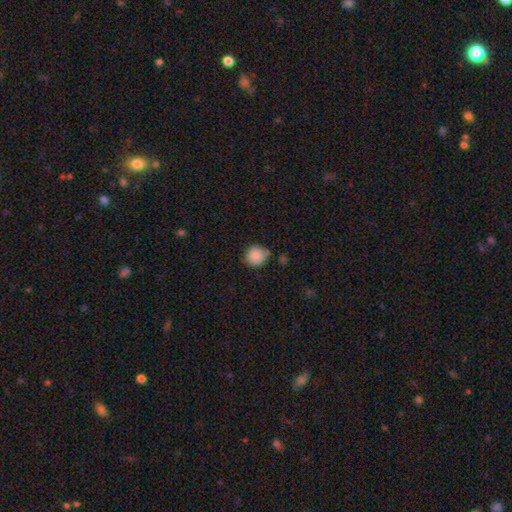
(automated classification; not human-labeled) smooth-or-featured: smooth: 88% | star or artifact: 9% | featured or disk: 3%
  how-rounded: round: 91% | in between: 8% | cigar-shaped: 1%
  merging: none: 76% | minor disturbance: 14% | merger: 7% | major disturbance: 4%